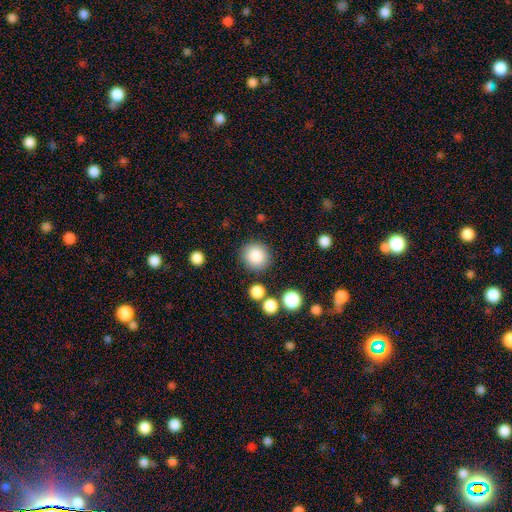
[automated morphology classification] Smooth or featured: smooth — 86% (star or artifact — 9%)
How rounded: round — 91% (in between — 8%)
Merging: none — 86% (minor disturbance — 8%)